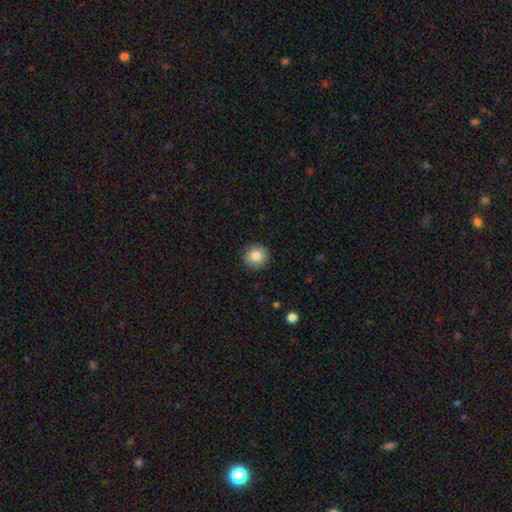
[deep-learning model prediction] Smooth or featured? Predicted: smooth (p=0.85). How rounded? Predicted: round (p=0.91). Merging? Predicted: none (p=0.90).